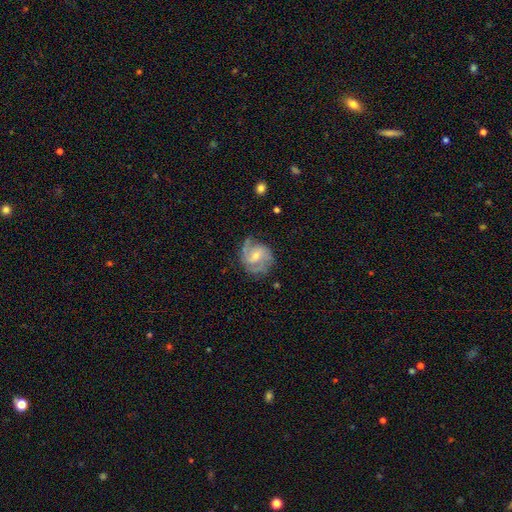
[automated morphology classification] smooth-or-featured: featured or disk: 83% | smooth: 11% | star or artifact: 5%
  disk-edge-on: no: 98% | yes: 2%
    bar: weak: 47% | no: 41% | strong: 12%
    has-spiral-arms: yes: 95% | no: 5%
      spiral-winding: medium: 49% | tight: 34% | loose: 17%
      spiral-arm-count: 2: 55% | 3: 20% | can't tell: 13% | 1: 5% | 4: 4% | more than 4: 3%
    bulge-size: small: 54% | moderate: 41% | none: 2% | large: 2% | dominant: 1%
  merging: none: 65% | minor disturbance: 22% | major disturbance: 11% | merger: 2%